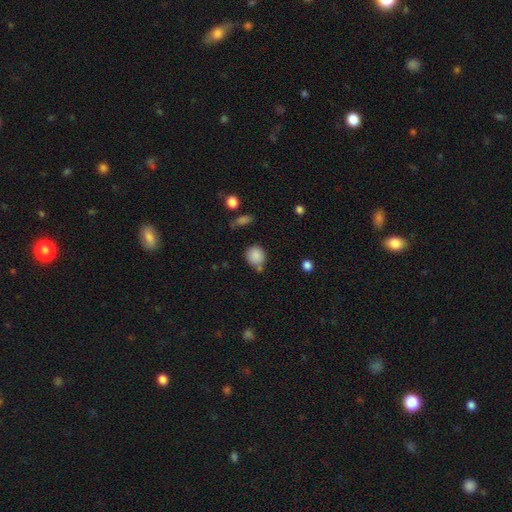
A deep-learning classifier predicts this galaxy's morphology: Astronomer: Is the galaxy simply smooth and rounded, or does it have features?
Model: smooth — 86%.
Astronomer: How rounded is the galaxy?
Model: round — 81%.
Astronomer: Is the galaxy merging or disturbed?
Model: none — 63%.